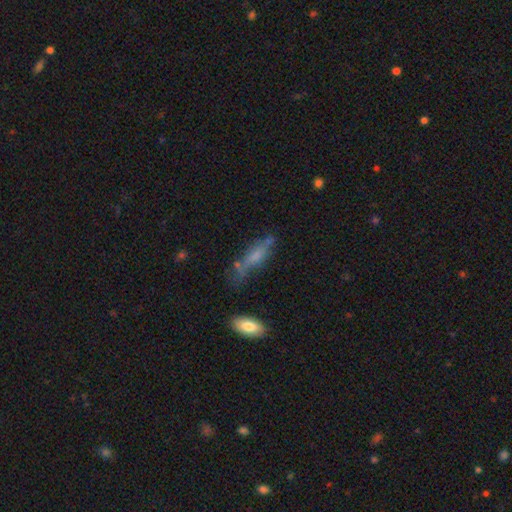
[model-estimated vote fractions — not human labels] A smooth galaxy with no disk features (49%). Merging: none (51%).